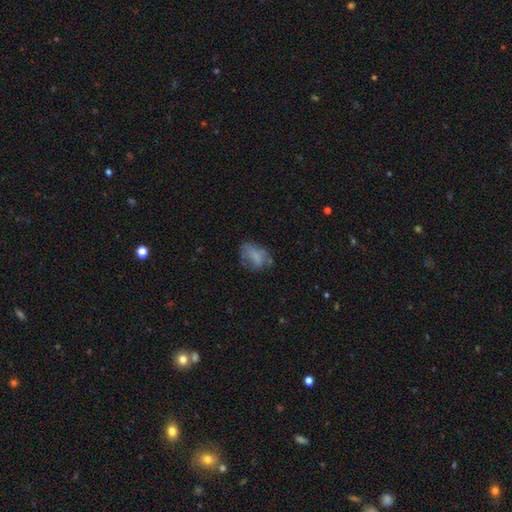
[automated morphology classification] Smooth or featured? Predicted: smooth (p=0.66). How rounded? Predicted: in between (p=0.80). Merging? Predicted: none (p=0.50).